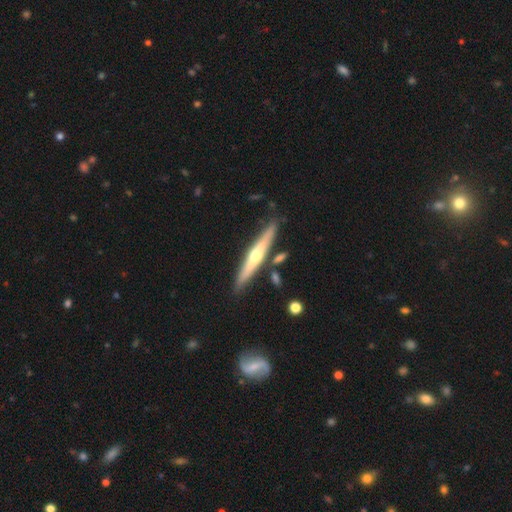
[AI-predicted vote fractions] Q: Smooth or featured?
A: featured or disk (61%); runner-up: smooth (34%)
Q: Edge-on disk?
A: yes (95%); runner-up: no (5%)
Q: Edge-on bulge?
A: rounded (84%); runner-up: none (13%)
Q: Merging?
A: none (83%); runner-up: minor disturbance (9%)